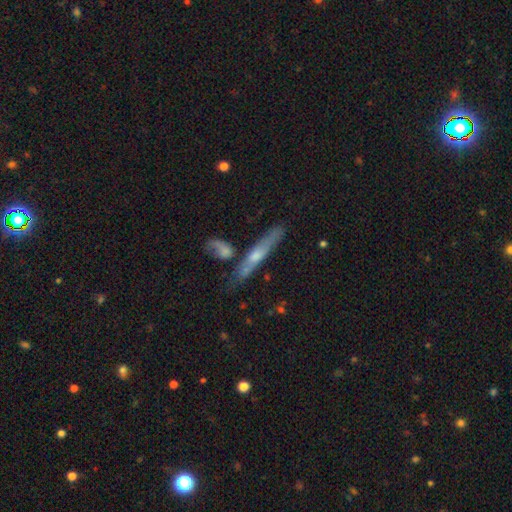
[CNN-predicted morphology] This is possibly a featured or disk galaxy (58%). It is clearly viewed edge-on (85%). Merging: likely none (61%).